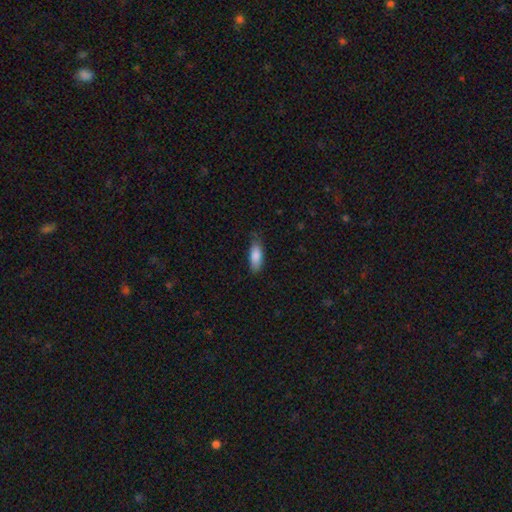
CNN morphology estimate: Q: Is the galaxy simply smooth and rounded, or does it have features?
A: smooth — 85%.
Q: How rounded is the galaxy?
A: in between — 74%.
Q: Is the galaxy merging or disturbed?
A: none — 70%.